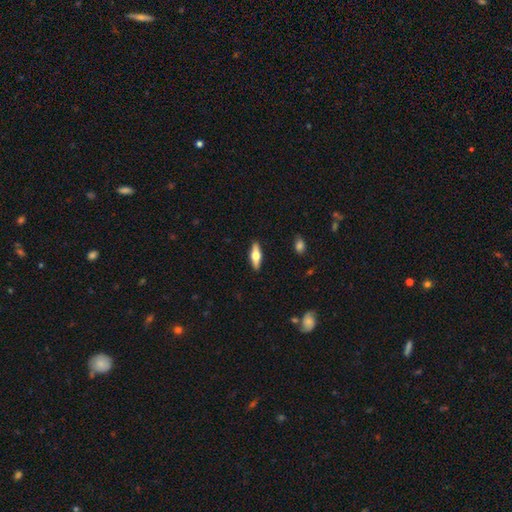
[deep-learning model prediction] Smooth or featured? Predicted: featured or disk (p=0.47, tied with smooth). Merging? Predicted: none (p=0.90).